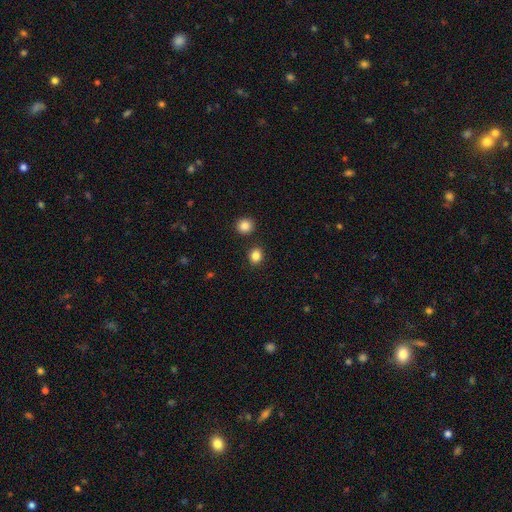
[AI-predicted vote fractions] Smooth or featured: smooth — 85% (star or artifact — 11%)
How rounded: round — 65% (in between — 34%)
Merging: none — 86% (minor disturbance — 7%)